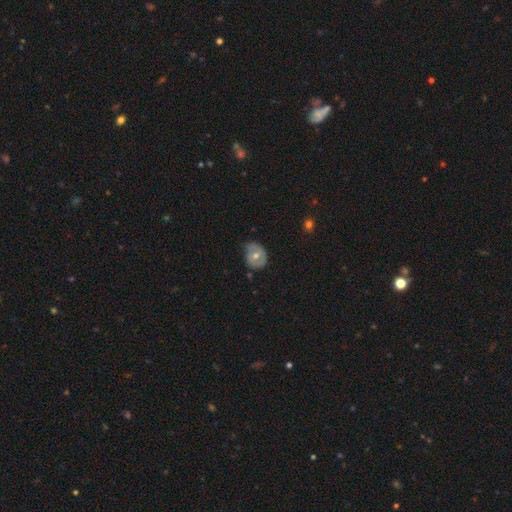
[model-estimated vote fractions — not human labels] Smooth or featured? Predicted: smooth (p=0.51). How rounded? Predicted: round (p=0.65). Merging? Predicted: none (p=0.57).